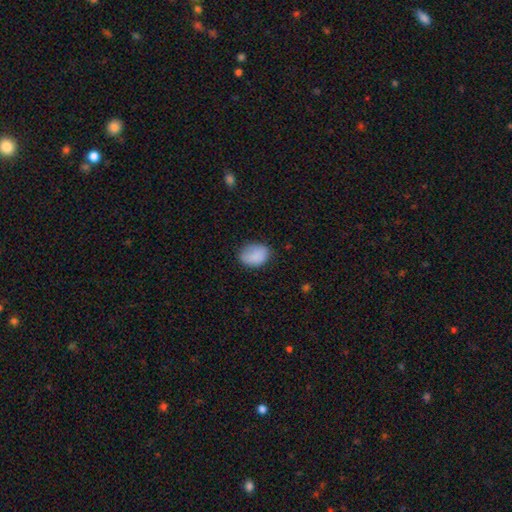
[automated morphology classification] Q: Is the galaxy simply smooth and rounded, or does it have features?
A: smooth — 86%.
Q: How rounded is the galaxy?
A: in between — 71%.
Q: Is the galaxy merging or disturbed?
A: none — 72%.